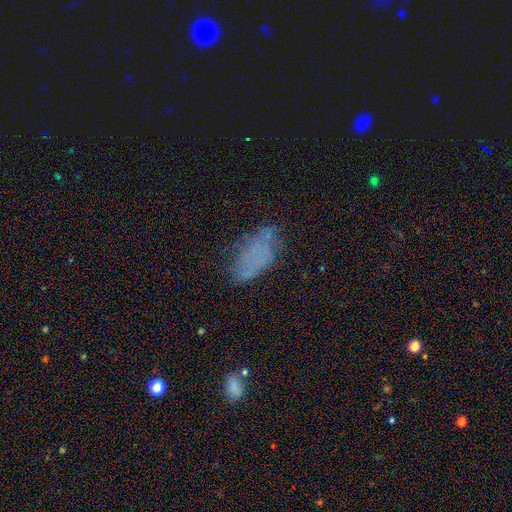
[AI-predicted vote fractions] Overall: smooth (52%; featured or disk 32%). How rounded: in between (90%). Merging: none (56%; minor disturbance 25%).